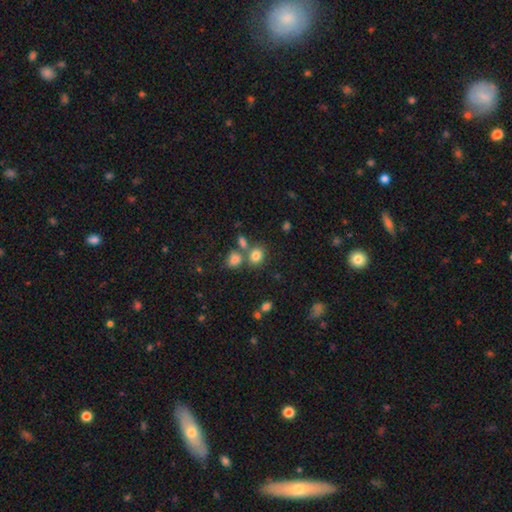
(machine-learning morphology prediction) A smooth galaxy with no disk features (78%) that is round (62%). Merging: none (59%).